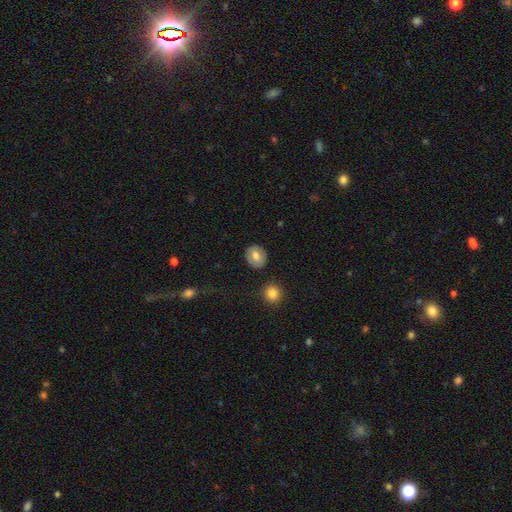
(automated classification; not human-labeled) The model was most divided on "how rounded": round: 66%, in between: 33%, cigar-shaped: 1%. More confident: merging — none (86%); smooth or featured — smooth (72%).